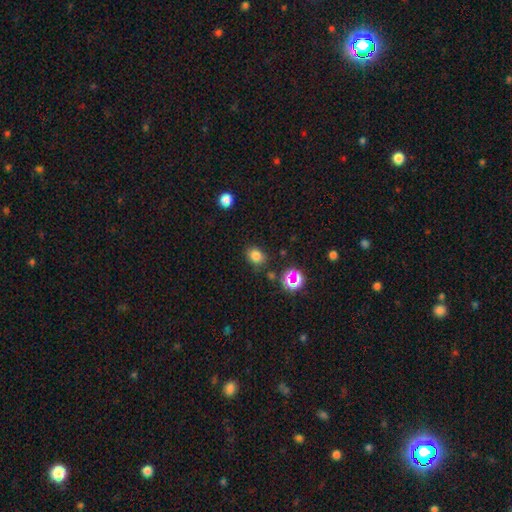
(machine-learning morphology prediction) Smooth or featured? Predicted: smooth (p=0.76). How rounded? Predicted: round (p=0.51). Merging? Predicted: none (p=0.78).